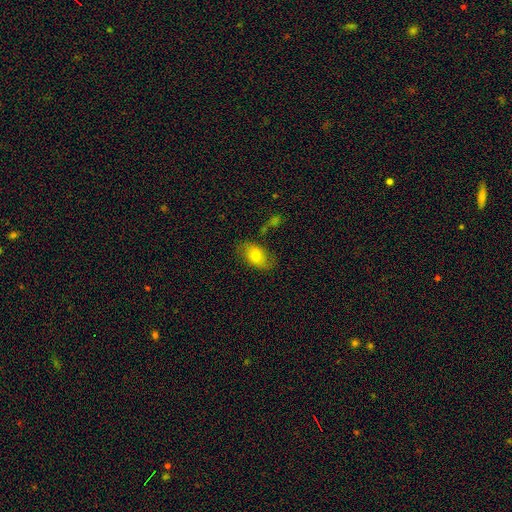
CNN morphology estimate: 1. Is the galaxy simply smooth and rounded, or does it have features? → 65% smooth, 27% featured or disk, 8% star or artifact.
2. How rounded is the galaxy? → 90% in between, 8% round, 2% cigar-shaped.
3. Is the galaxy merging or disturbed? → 69% none, 20% minor disturbance, 7% major disturbance, 4% merger.